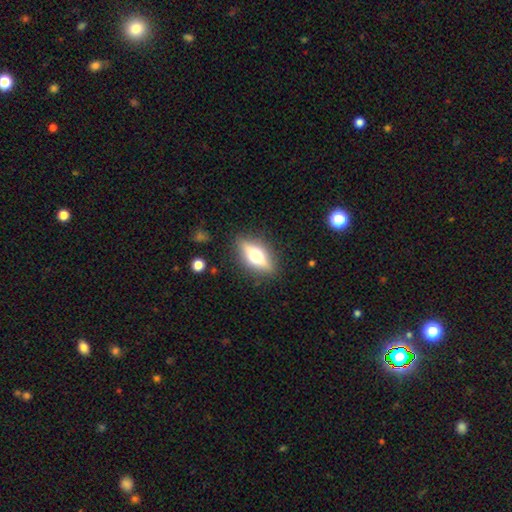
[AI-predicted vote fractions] Smooth or featured?
  - featured or disk: 51% *
  - smooth: 41%
  - star or artifact: 8%
Edge-on disk?
  - yes: 84% *
  - no: 16%
Merging?
  - none: 87% *
  - minor disturbance: 9%
  - major disturbance: 3%
  - merger: 1%